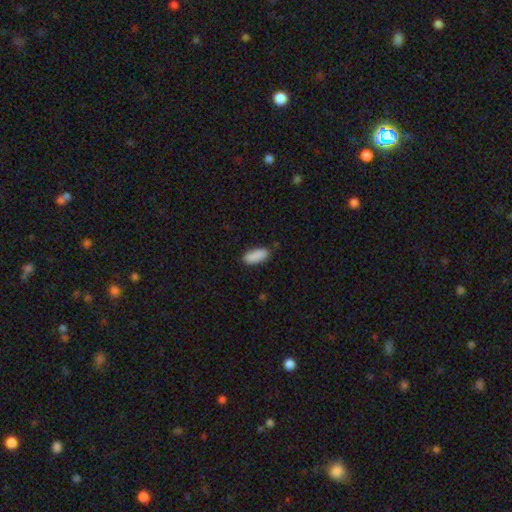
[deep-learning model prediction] smooth 90%, star or artifact 6%, featured or disk 4%. Down the decision tree: how rounded — in between (78%); merging — none (84%).